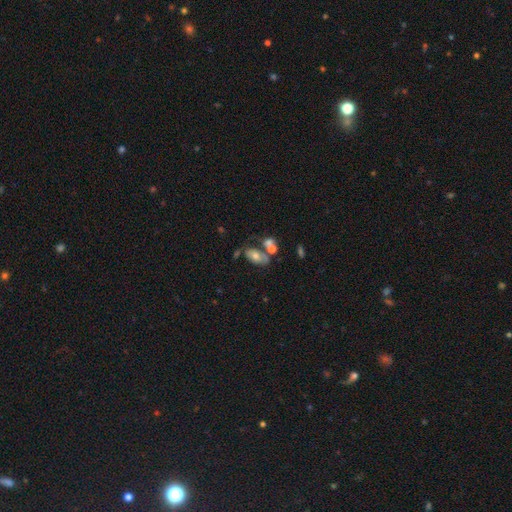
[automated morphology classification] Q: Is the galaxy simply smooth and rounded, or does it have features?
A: smooth — 56%.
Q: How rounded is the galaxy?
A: in between — 90%.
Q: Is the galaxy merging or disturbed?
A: none — 42%.